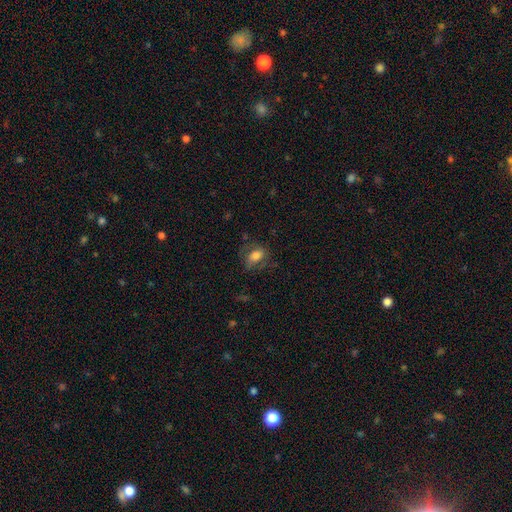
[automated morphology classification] A smooth galaxy with no disk features (68%) that is in between round and cigar-shaped (79%). Merging: none (60%).